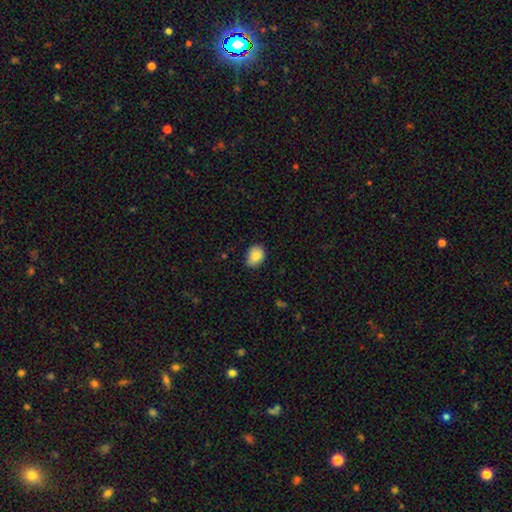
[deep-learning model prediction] Smooth or featured?
  - smooth: 85% *
  - star or artifact: 8%
  - featured or disk: 7%
How rounded?
  - in between: 61% *
  - round: 38%
  - cigar-shaped: 1%
Merging?
  - none: 80% *
  - minor disturbance: 17%
  - major disturbance: 3%
  - merger: 1%